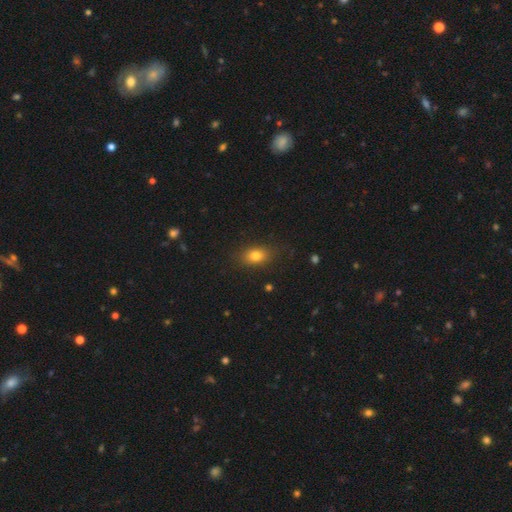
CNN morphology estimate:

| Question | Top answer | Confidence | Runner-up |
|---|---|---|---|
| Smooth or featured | smooth | 81% | star or artifact (10%) |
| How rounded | in between | 79% | round (17%) |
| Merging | none | 82% | minor disturbance (13%) |